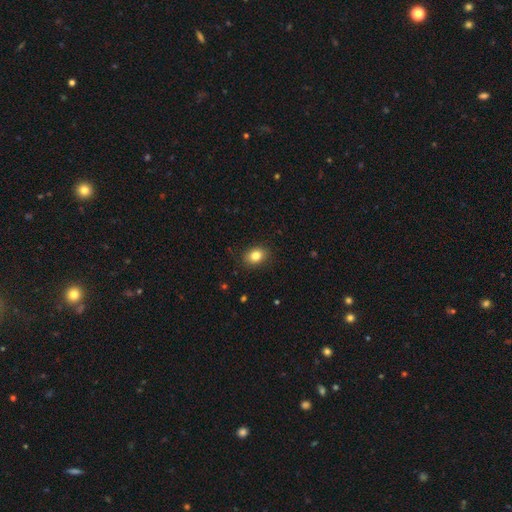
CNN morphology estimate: Smooth or featured? smooth (83%)
How rounded? in between (56%)
Merging? none (87%)